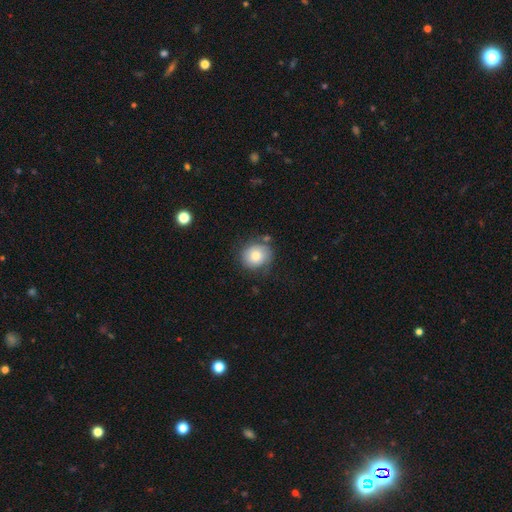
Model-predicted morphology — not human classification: A smooth galaxy with no disk features (75%) that is round (80%).

Vote fractions:
- Smooth or featured? smooth: 75% / featured or disk: 17% / star or artifact: 8%
- How rounded? round: 80% / in between: 19% / cigar-shaped: 1%
- Merging? none: 69% / minor disturbance: 20% / major disturbance: 7% / merger: 4%